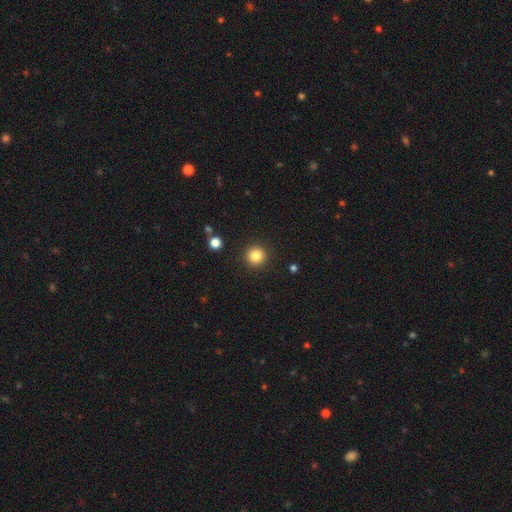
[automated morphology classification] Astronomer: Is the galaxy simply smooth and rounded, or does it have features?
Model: smooth — 84%.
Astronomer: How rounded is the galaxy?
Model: round — 95%.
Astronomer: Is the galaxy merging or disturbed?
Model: none — 92%.